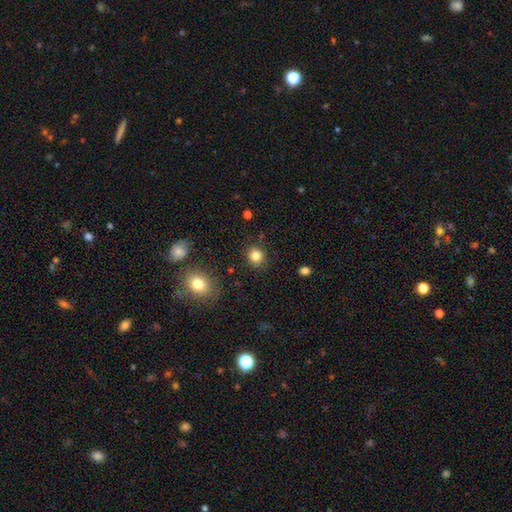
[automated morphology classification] Smooth or featured?
  - smooth: 83% *
  - star or artifact: 12%
  - featured or disk: 5%
How rounded?
  - round: 83% *
  - in between: 16%
  - cigar-shaped: 1%
Merging?
  - none: 86% *
  - minor disturbance: 9%
  - major disturbance: 3%
  - merger: 2%